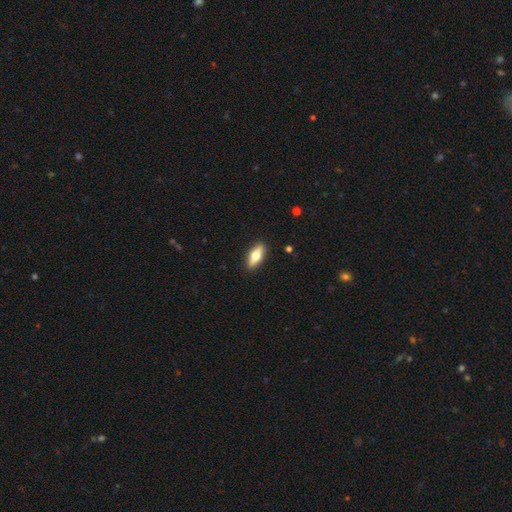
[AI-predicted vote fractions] Morphology: type=smooth (58%); roundness=in between (67%); merging=none (89%).